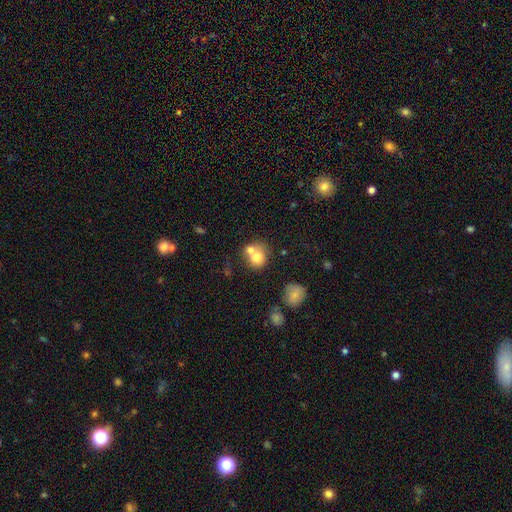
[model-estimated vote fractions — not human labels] Smooth or featured: smooth — 72% (featured or disk — 18%)
How rounded: round — 75% (in between — 24%)
Merging: merger — 50% (none — 37%)